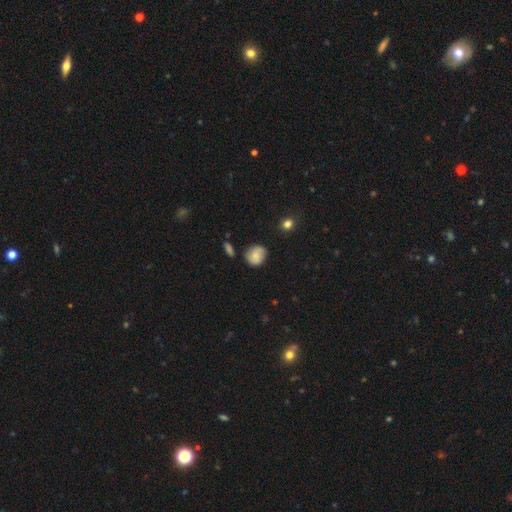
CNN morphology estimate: Smooth or featured? smooth (75%)
How rounded? round (73%)
Merging? none (69%)